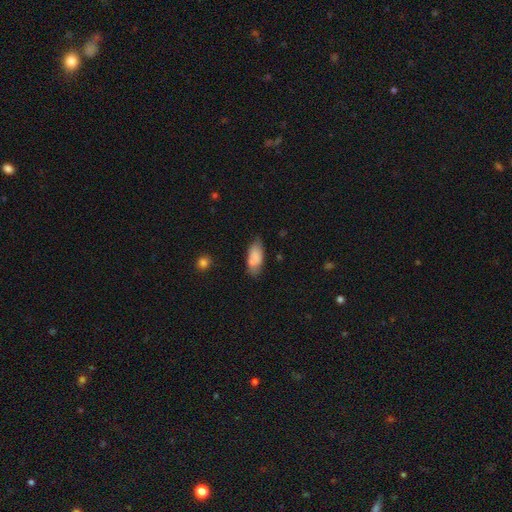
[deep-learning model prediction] smooth 79%, featured or disk 14%, star or artifact 7%. Down the decision tree: how rounded — in between (86%); merging — none (67%).